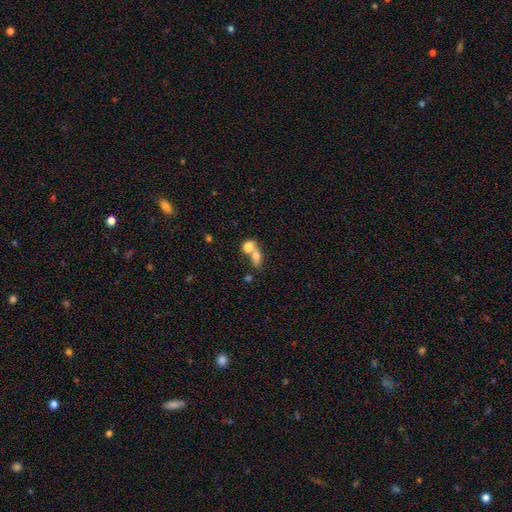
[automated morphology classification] The model was most divided on "merging": merger: 58%, none: 29%, minor disturbance: 8%, major disturbance: 5%. More confident: smooth or featured — smooth (71%); how rounded — in between (64%).